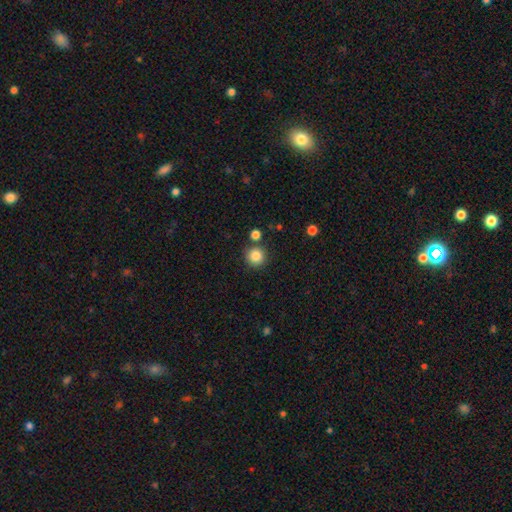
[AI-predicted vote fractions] A smooth galaxy with no disk features (85%) that is round (94%). Merging: none (82%).